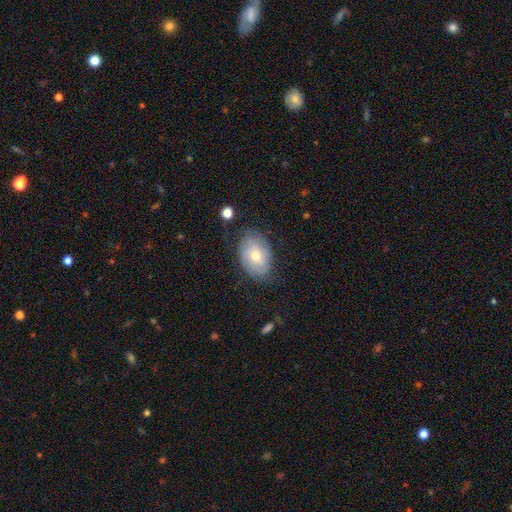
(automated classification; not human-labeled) A featured or disk galaxy (56%) with no bar (72%), spiral arms (83%) and a moderate central bulge (54%). Merging: none (75%).